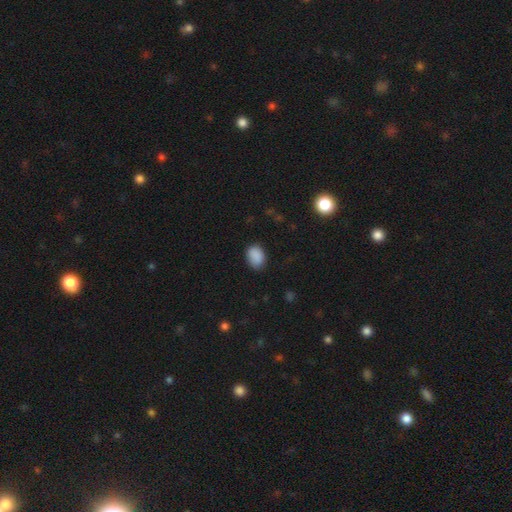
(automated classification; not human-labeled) smooth 88%, star or artifact 8%, featured or disk 3%. Down the decision tree: how rounded — in between (76%); merging — none (79%).